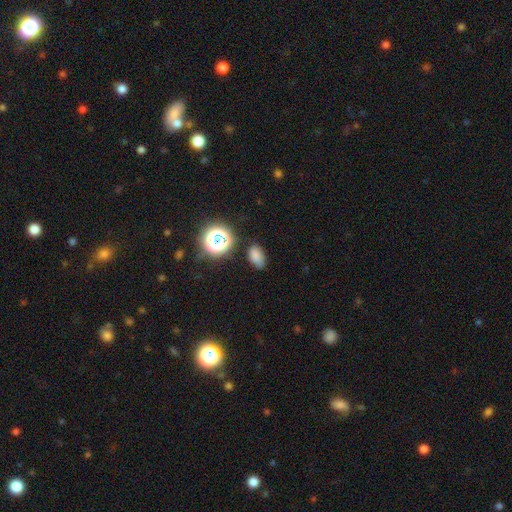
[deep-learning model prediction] This is likely a smooth galaxy (75%). How rounded: clearly in between (85%). Merging: likely none (78%).